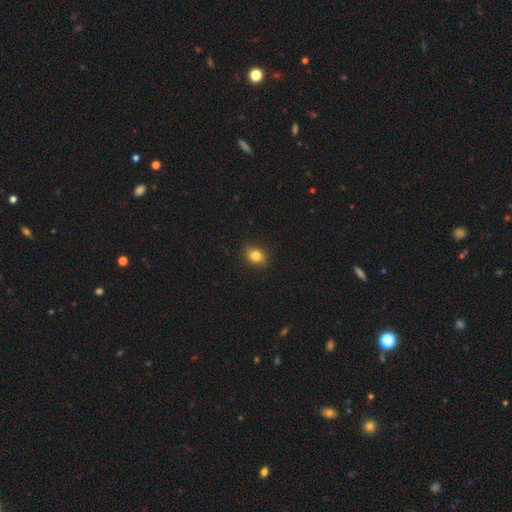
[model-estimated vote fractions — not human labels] Smooth or featured?
  - smooth: 80% *
  - featured or disk: 10%
  - star or artifact: 10%
How rounded?
  - in between: 59% *
  - round: 39%
  - cigar-shaped: 2%
Merging?
  - none: 84% *
  - minor disturbance: 13%
  - major disturbance: 2%
  - merger: 1%